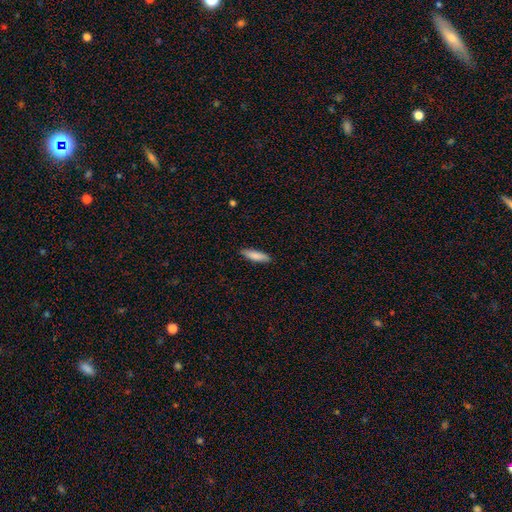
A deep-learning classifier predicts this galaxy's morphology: This appears to be a smooth galaxy with no disk features (86%) that is cigar-shaped (63%). Merging: none (89%).